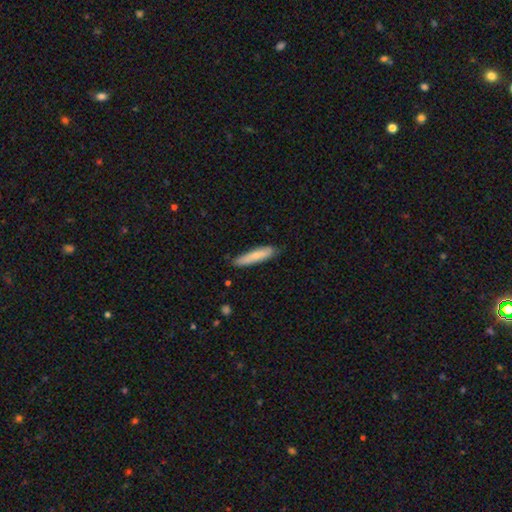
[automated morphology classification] A smooth galaxy with no disk features (73%) that is cigar-shaped (84%). Merging: none (82%).